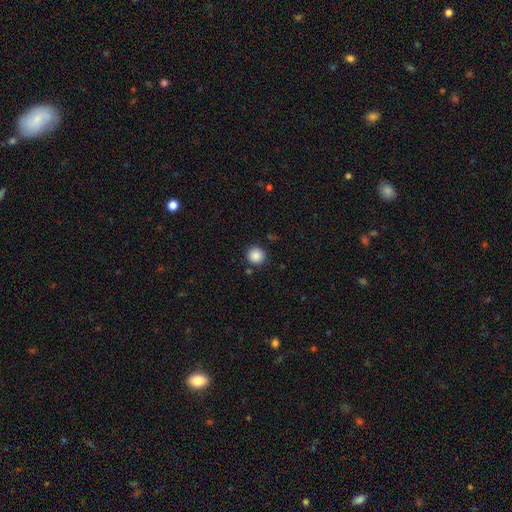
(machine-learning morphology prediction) Smooth or featured: smooth — 88% (star or artifact — 9%)
How rounded: round — 94% (in between — 5%)
Merging: none — 87% (minor disturbance — 7%)